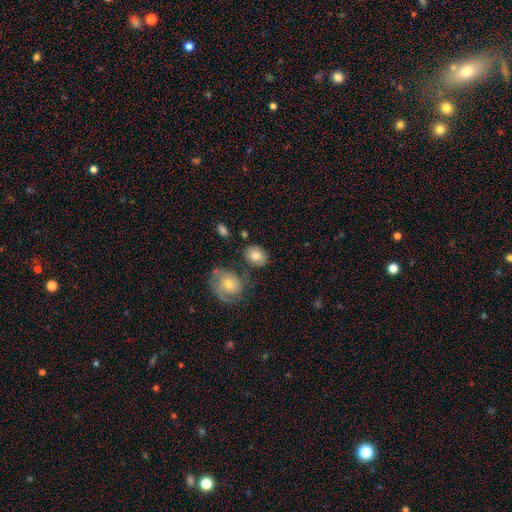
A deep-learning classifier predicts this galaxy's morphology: This appears to be a smooth galaxy with no disk features (71%) that is in between round and cigar-shaped (52%). Merging: none (66%).